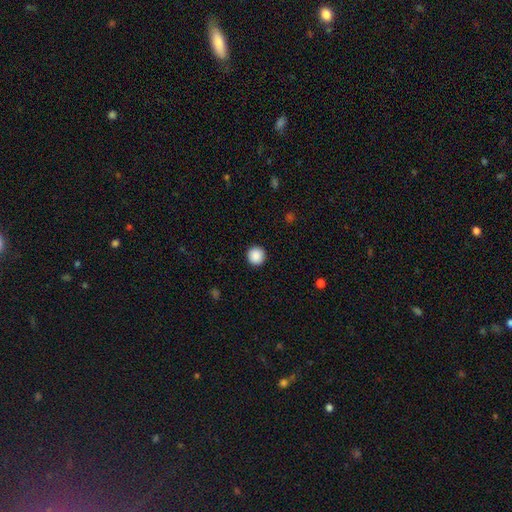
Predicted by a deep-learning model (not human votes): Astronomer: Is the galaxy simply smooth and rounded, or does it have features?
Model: smooth — 89%.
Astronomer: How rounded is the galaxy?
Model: round — 95%.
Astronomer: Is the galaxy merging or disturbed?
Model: none — 92%.